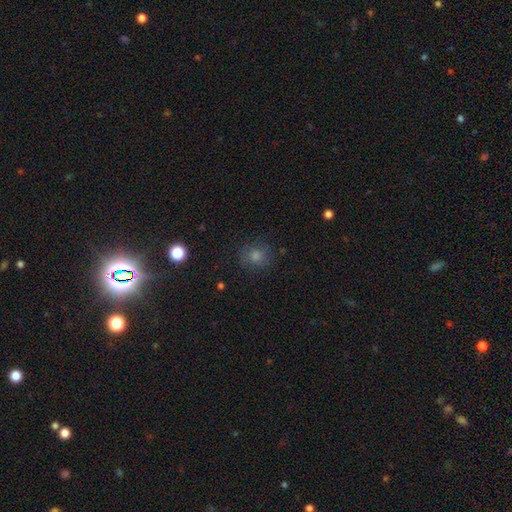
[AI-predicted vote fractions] Overall: smooth (63%; star or artifact 26%). How rounded: round (86%). Merging: none (84%).